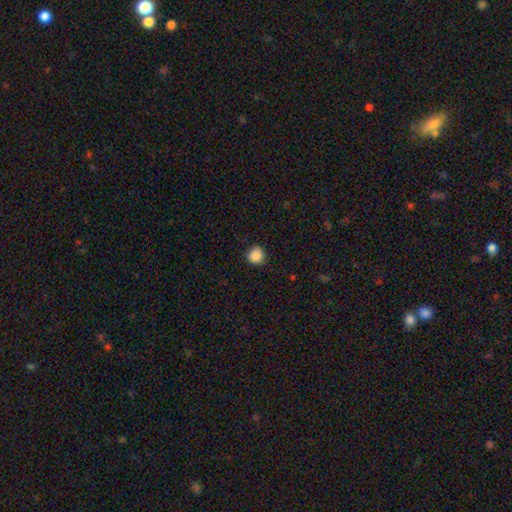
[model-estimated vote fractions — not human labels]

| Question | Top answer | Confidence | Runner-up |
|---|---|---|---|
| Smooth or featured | smooth | 88% | star or artifact (9%) |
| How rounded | round | 92% | in between (7%) |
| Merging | none | 87% | minor disturbance (10%) |